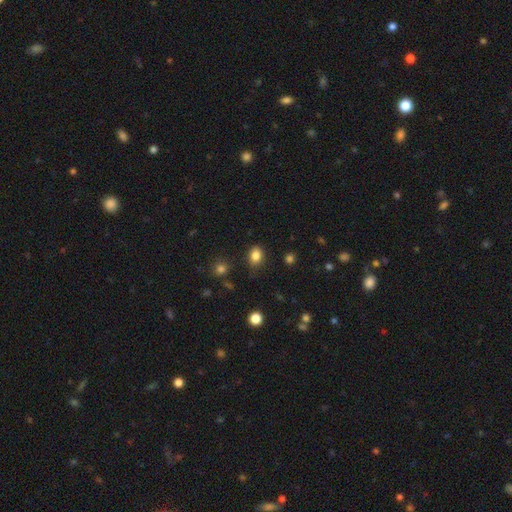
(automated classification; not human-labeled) smooth-or-featured: smooth: 84% | star or artifact: 11% | featured or disk: 5%
  how-rounded: in between: 60% | round: 39% | cigar-shaped: 1%
  merging: none: 80% | minor disturbance: 15% | major disturbance: 3% | merger: 2%